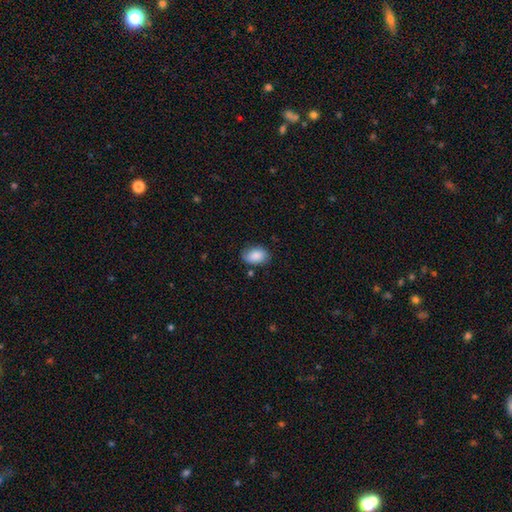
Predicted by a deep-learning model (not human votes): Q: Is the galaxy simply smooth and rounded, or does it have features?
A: smooth — 85%.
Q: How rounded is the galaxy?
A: in between — 85%.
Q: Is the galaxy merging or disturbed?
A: none — 77%.